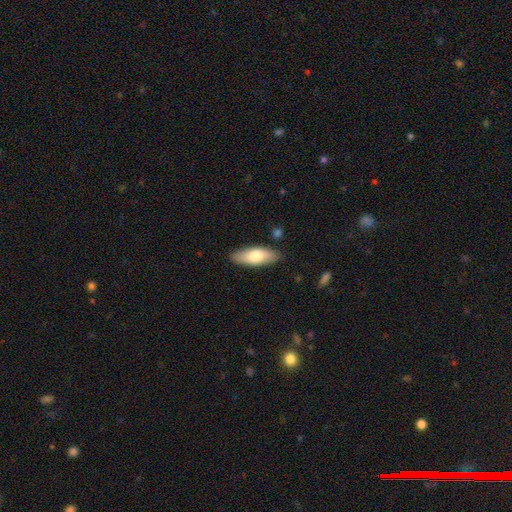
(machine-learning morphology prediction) Smooth or featured: smooth — 73% (featured or disk — 21%)
How rounded: in between — 72% (cigar-shaped — 26%)
Merging: none — 86% (minor disturbance — 11%)